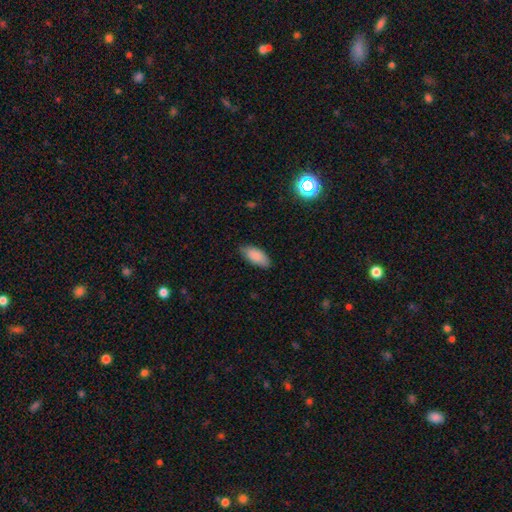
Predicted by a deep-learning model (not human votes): This appears to be a smooth galaxy with no disk features (87%) that is in between round and cigar-shaped (89%). Merging: none (82%).